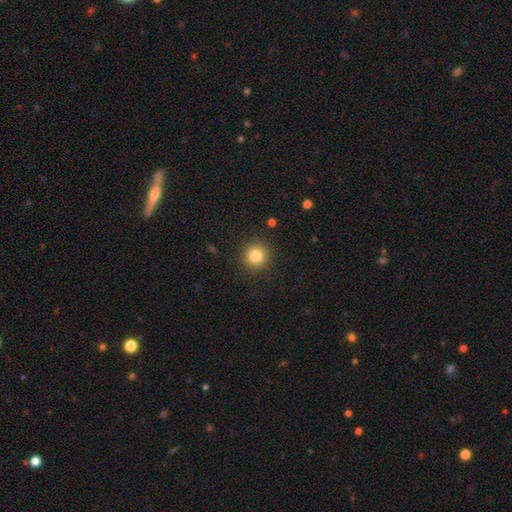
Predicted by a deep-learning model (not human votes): Morphology: type=smooth (83%); roundness=round (94%); merging=none (91%).